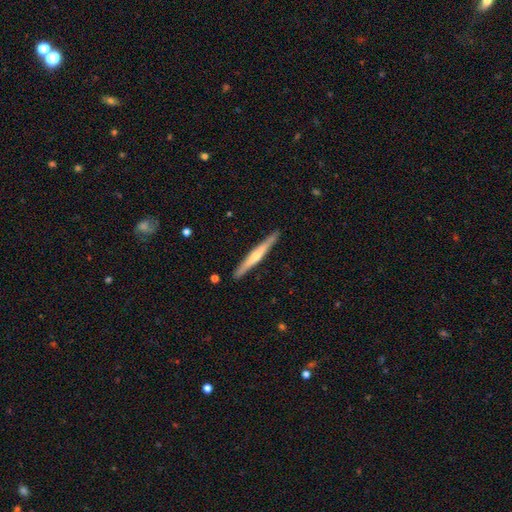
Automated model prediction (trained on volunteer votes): Smooth or featured? Predicted: featured or disk (p=0.53). Edge-on disk? Predicted: yes (p=0.97). Edge-on bulge? Predicted: rounded (p=0.54). Merging? Predicted: none (p=0.90).